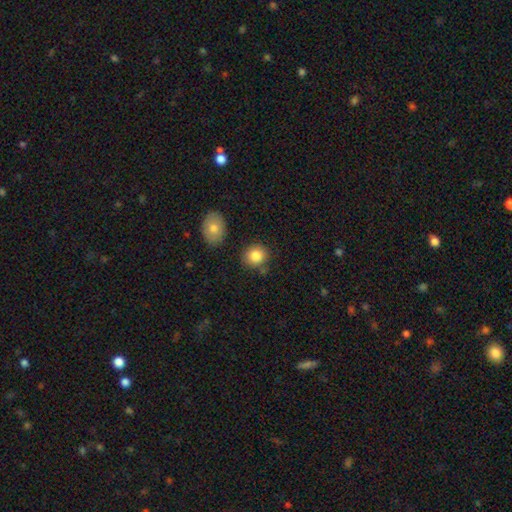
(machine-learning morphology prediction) Smooth or featured? smooth (84%)
How rounded? round (78%)
Merging? none (79%)